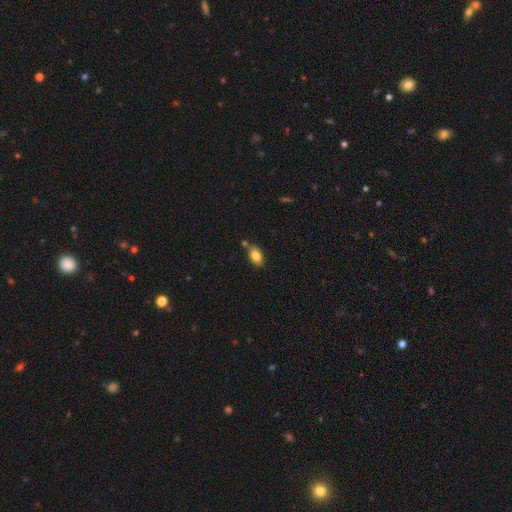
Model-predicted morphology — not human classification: Overall: smooth (82%). How rounded: in between (91%). Merging: none (72%).